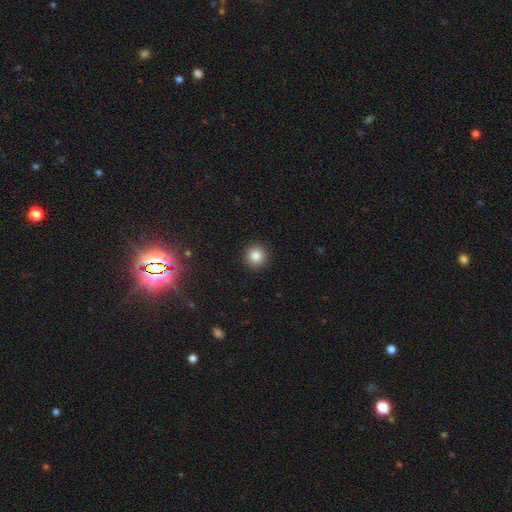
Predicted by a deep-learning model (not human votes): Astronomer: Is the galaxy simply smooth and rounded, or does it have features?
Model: smooth — 85%.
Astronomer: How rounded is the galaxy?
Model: round — 95%.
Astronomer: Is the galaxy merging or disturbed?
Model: none — 92%.